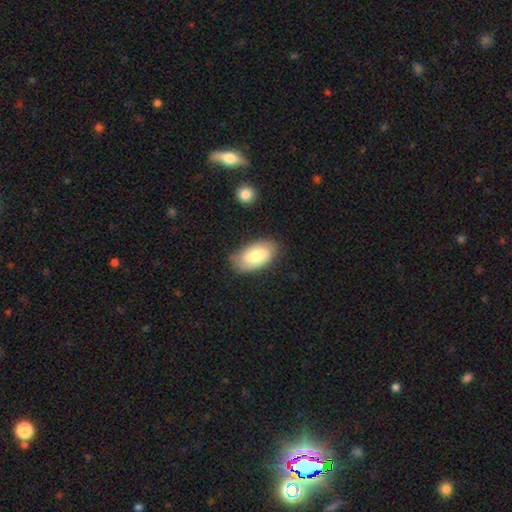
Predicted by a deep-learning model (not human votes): Q: Smooth or featured?
A: smooth (60%); runner-up: featured or disk (34%)
Q: How rounded?
A: in between (94%); runner-up: round (4%)
Q: Merging?
A: none (76%); runner-up: minor disturbance (18%)